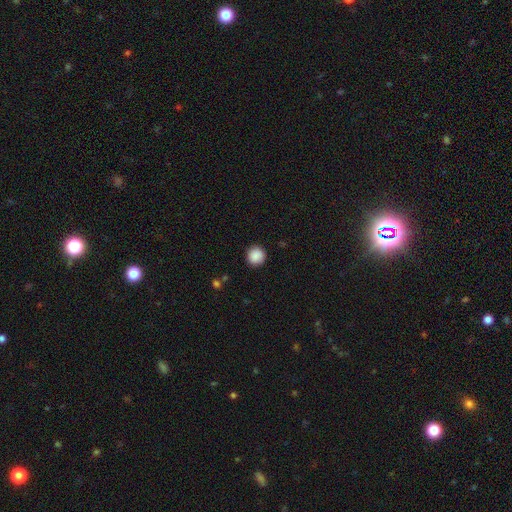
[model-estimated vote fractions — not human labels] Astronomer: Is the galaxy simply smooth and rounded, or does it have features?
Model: smooth — 89%.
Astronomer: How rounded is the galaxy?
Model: round — 94%.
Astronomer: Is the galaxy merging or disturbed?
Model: none — 90%.